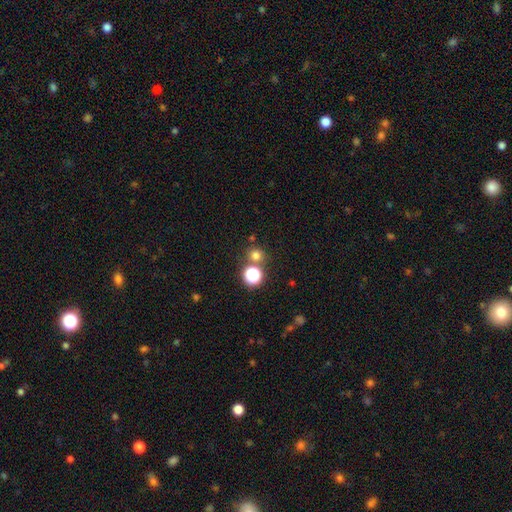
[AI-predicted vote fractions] A smooth galaxy with no disk features (70%) that is round (90%). Merging: none (74%).